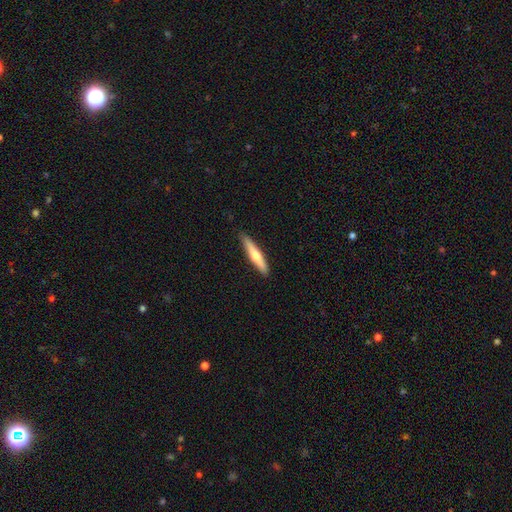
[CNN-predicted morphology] Smooth or featured? smooth (52%)
How rounded? cigar-shaped (90%)
Merging? none (89%)